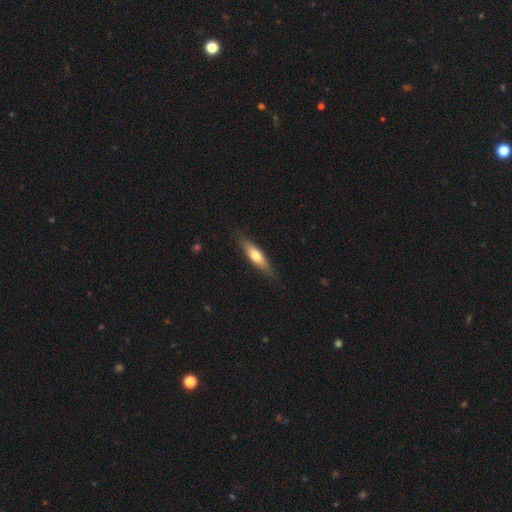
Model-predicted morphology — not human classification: Smooth or featured? Predicted: smooth (p=0.59). How rounded? Predicted: cigar-shaped (p=0.66). Merging? Predicted: none (p=0.83).